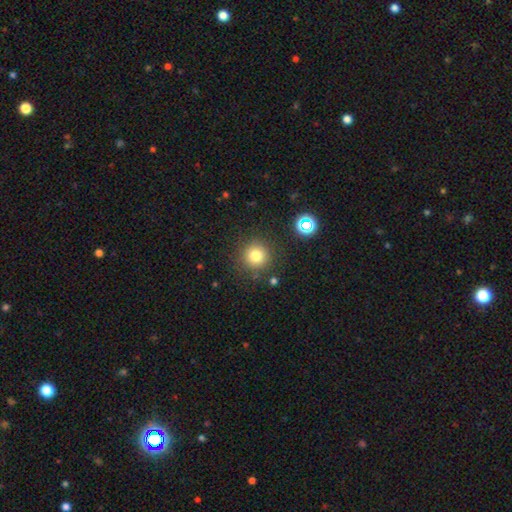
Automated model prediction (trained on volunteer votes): Overall: smooth (78%). How rounded: round (94%). Merging: none (86%).